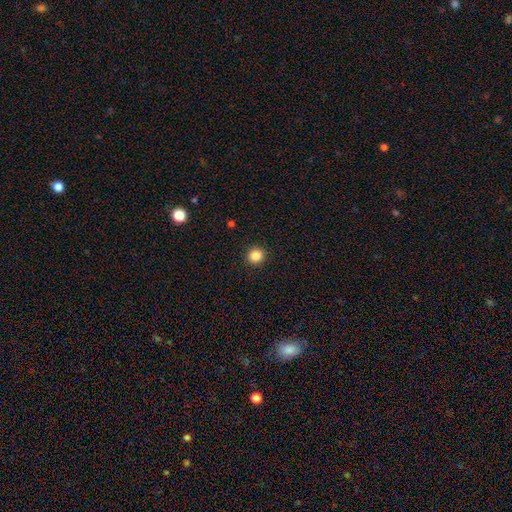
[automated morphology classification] smooth 85%, star or artifact 11%, featured or disk 4%. Down the decision tree: how rounded — round (94%); merging — none (93%).